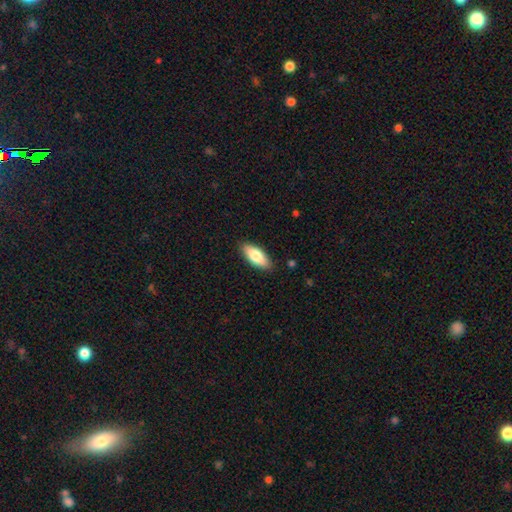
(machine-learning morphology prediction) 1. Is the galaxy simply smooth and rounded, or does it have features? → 80% smooth, 14% featured or disk, 6% star or artifact.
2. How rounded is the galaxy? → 82% in between, 16% cigar-shaped, 2% round.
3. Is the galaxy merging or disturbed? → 87% none, 10% minor disturbance, 2% major disturbance, 1% merger.